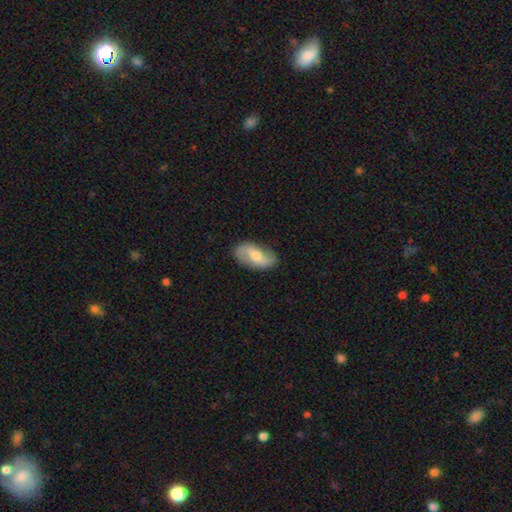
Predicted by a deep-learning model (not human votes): Smooth or featured: featured or disk — 57% (smooth — 37%)
Edge-on disk: no — 94% (yes — 6%)
Bar: weak — 44% (no — 32%)
Spiral arms: yes — 83% (no — 17%)
Bulge size: moderate — 56% (small — 34%)
Merging: none — 83% (minor disturbance — 12%)